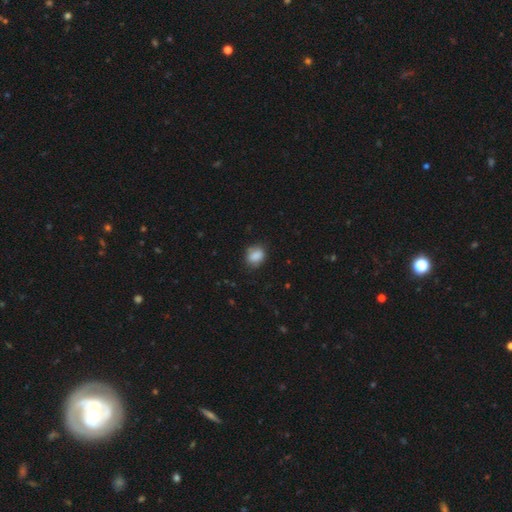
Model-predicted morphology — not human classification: Smooth or featured? smooth (85%)
How rounded? in between (52%)
Merging? none (73%)